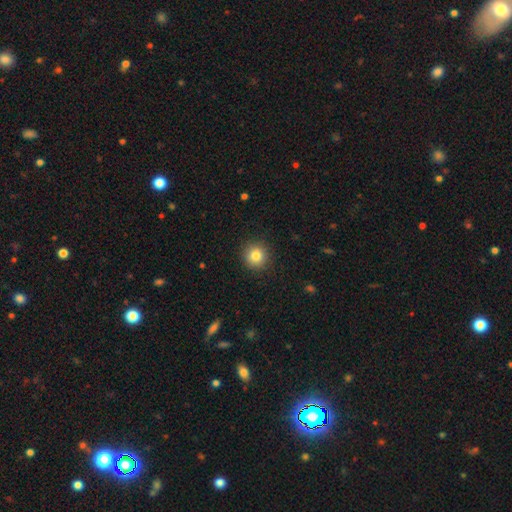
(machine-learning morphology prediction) Smooth or featured? smooth (83%)
How rounded? round (94%)
Merging? none (91%)